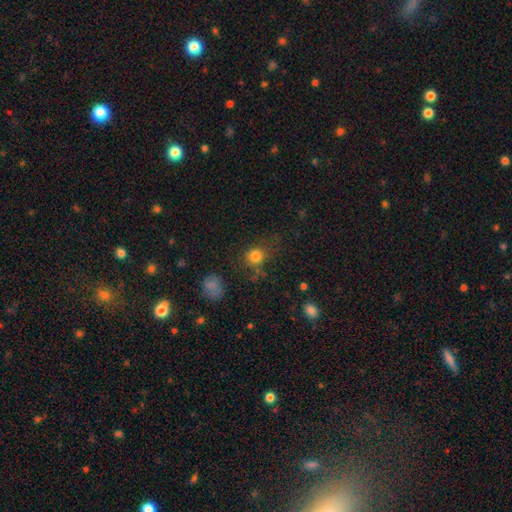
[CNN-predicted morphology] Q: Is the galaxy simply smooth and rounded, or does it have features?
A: smooth — 79%.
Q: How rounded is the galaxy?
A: round — 86%.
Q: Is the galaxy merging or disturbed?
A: none — 72%.